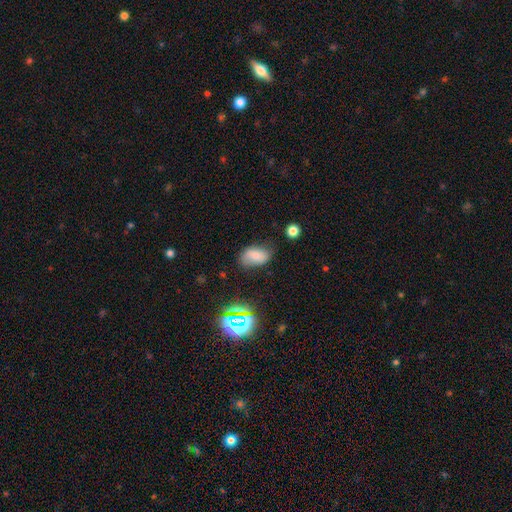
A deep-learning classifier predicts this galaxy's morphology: Overall: smooth (69%). How rounded: in between (90%). Merging: none (64%; minor disturbance 26%).